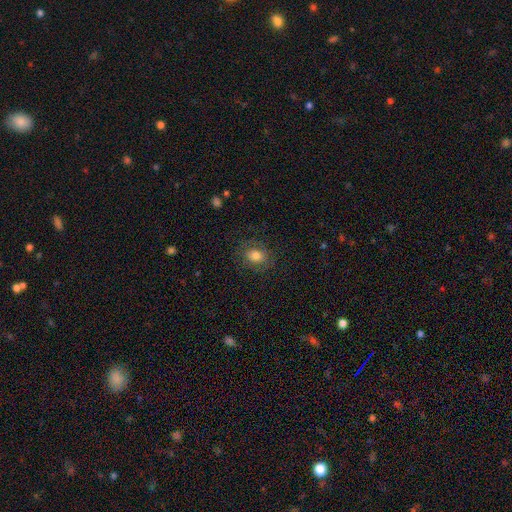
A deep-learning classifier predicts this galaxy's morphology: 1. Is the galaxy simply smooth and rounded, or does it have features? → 73% smooth, 16% featured or disk, 11% star or artifact.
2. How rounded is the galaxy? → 51% round, 48% in between, 1% cigar-shaped.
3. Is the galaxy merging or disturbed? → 78% none, 14% minor disturbance, 7% major disturbance, 1% merger.